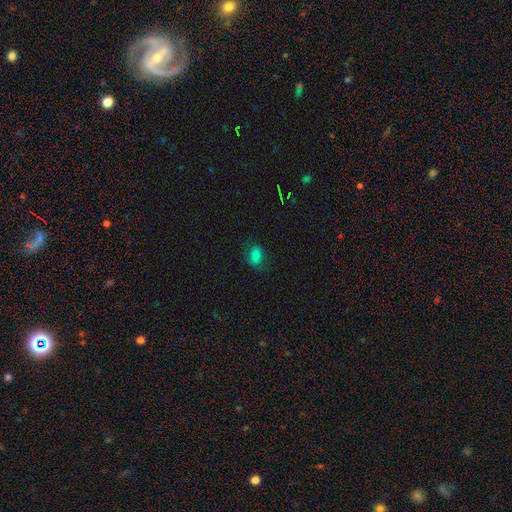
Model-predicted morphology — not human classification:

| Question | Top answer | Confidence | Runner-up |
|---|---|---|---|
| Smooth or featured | smooth | 74% | featured or disk (13%) |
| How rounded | in between | 73% | round (25%) |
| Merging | none | 74% | minor disturbance (18%) |